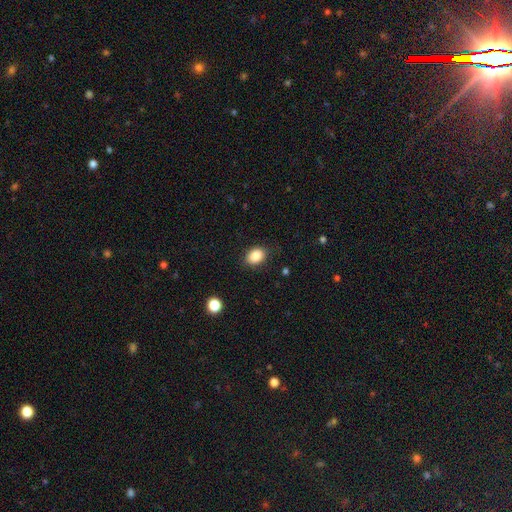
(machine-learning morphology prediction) smooth 87%, star or artifact 9%, featured or disk 4%. Down the decision tree: how rounded — in between (74%); merging — none (85%).